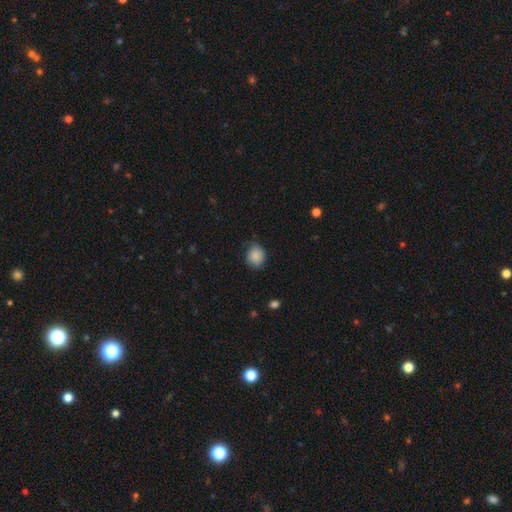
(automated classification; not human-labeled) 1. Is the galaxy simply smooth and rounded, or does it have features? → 86% smooth, 8% star or artifact, 6% featured or disk.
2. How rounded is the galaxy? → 69% round, 30% in between, 1% cigar-shaped.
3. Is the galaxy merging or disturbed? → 65% none, 29% minor disturbance, 5% major disturbance, 1% merger.